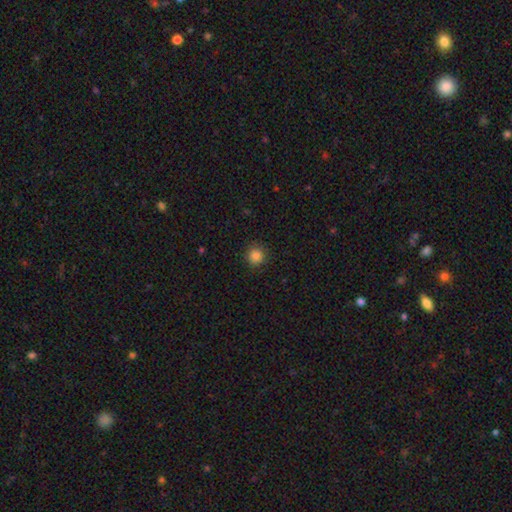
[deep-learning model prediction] Smooth or featured? Predicted: smooth (p=0.85). How rounded? Predicted: round (p=0.93). Merging? Predicted: none (p=0.89).